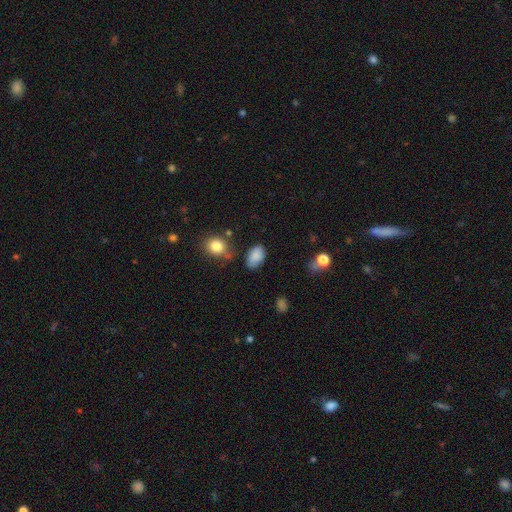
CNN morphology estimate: Overall: smooth (85%). How rounded: in between (90%). Merging: none (70%).